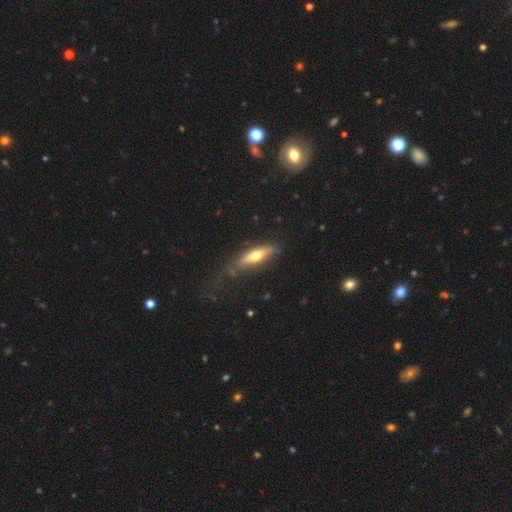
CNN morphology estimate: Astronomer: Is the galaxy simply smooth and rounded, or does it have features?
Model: smooth — 50% (runner-up: featured or disk, 44%).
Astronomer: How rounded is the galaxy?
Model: cigar-shaped — 63%.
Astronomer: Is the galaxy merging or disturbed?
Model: none — 69%.